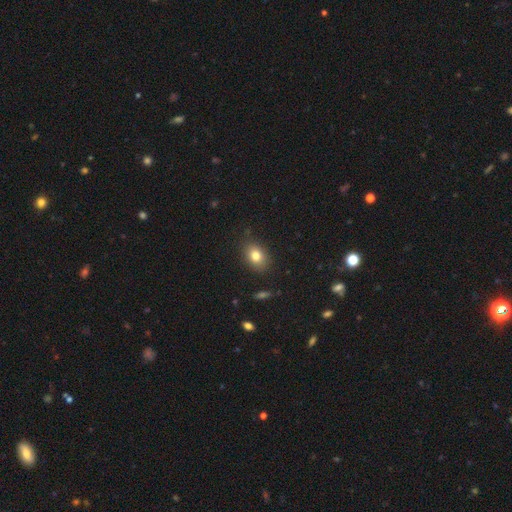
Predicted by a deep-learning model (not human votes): This is likely a smooth galaxy (79%). How rounded: likely in between (69%). Merging: clearly none (83%).